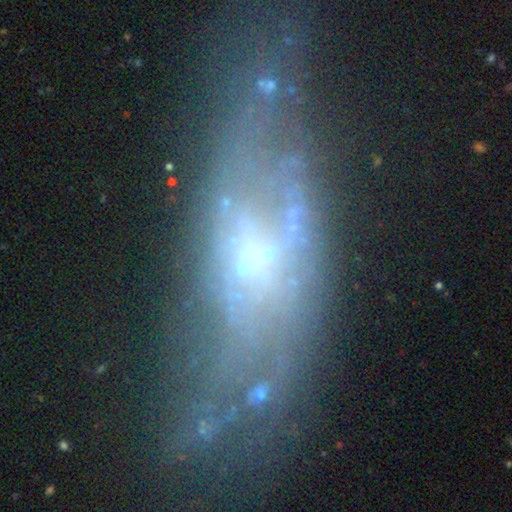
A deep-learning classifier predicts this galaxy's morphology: This appears to be a featured or disk galaxy (67%). Merging: none (45%).